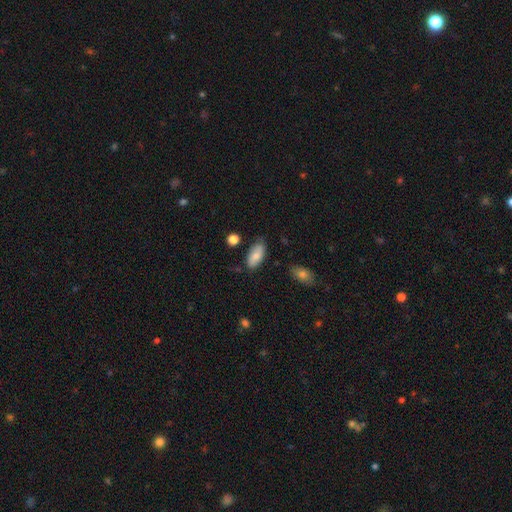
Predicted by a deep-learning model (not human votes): smooth-or-featured: smooth: 79% | featured or disk: 14% | star or artifact: 7%
  how-rounded: in between: 91% | cigar-shaped: 7% | round: 2%
  merging: none: 74% | minor disturbance: 20% | major disturbance: 3% | merger: 3%